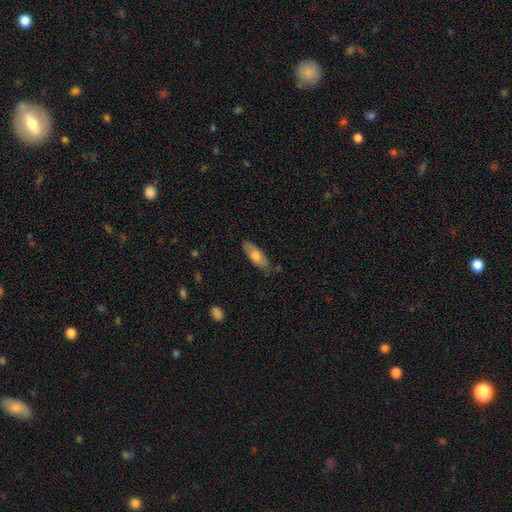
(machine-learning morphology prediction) type=smooth (69%); roundness=in between (70%); merging=none (77%).